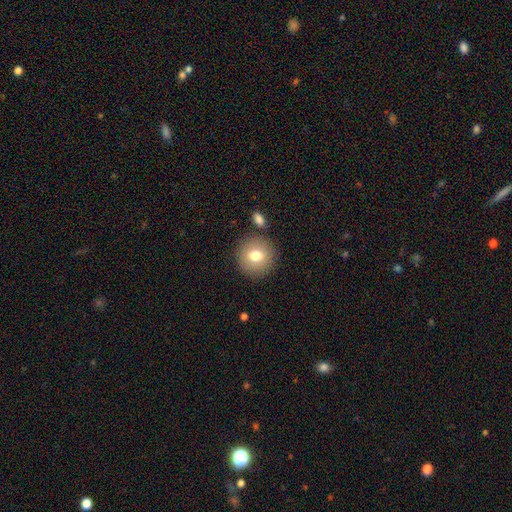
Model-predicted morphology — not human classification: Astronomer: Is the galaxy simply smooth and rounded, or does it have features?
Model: smooth — 76%.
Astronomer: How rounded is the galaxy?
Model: round — 92%.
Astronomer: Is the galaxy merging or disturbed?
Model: none — 84%.